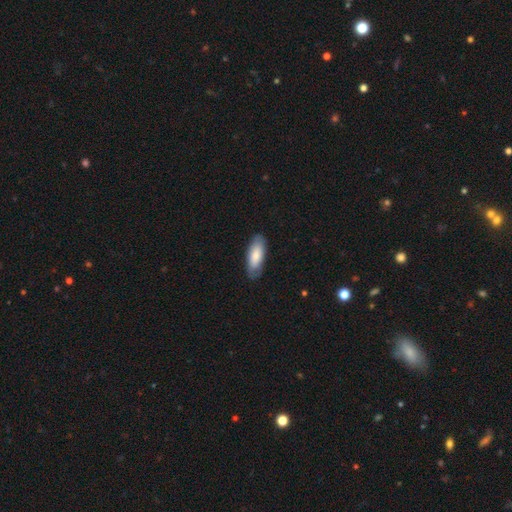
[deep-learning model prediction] smooth 79%, featured or disk 16%, star or artifact 5%. Down the decision tree: how rounded — in between (75%); merging — none (81%).